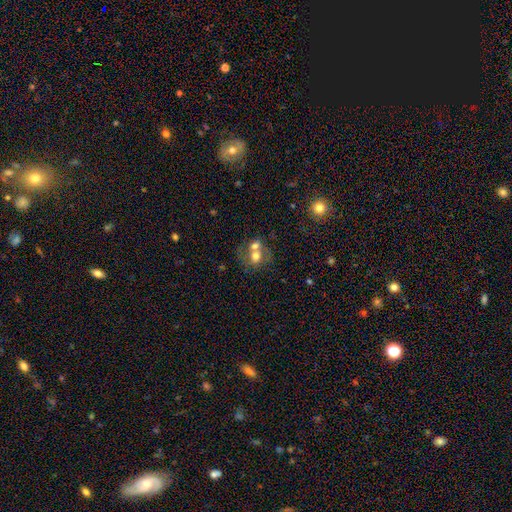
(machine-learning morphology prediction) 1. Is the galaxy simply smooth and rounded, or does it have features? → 58% smooth, 32% featured or disk, 11% star or artifact.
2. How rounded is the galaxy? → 63% round, 36% in between, 1% cigar-shaped.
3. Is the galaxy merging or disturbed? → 58% merger, 27% none, 9% minor disturbance, 6% major disturbance.